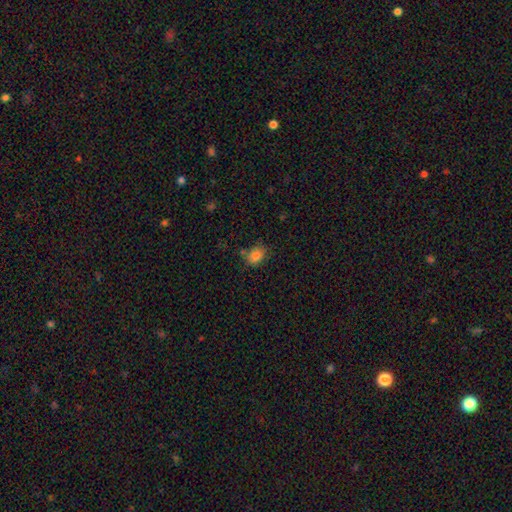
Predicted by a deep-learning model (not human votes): This appears to be a smooth galaxy with no disk features (83%) that is in between round and cigar-shaped (57%). Merging: none (67%).